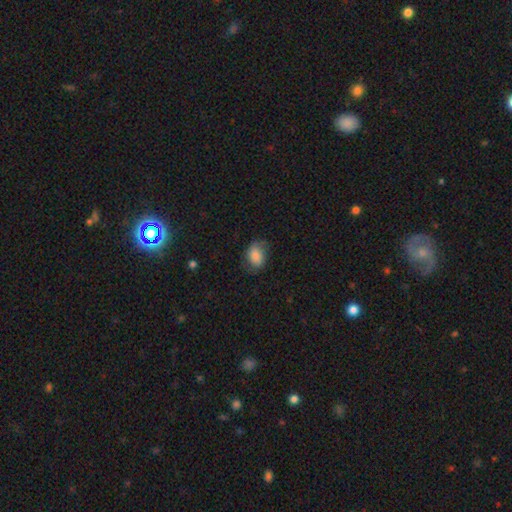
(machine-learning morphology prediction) A smooth galaxy with no disk features (77%) that is in between round and cigar-shaped (77%). Merging: none (63%).